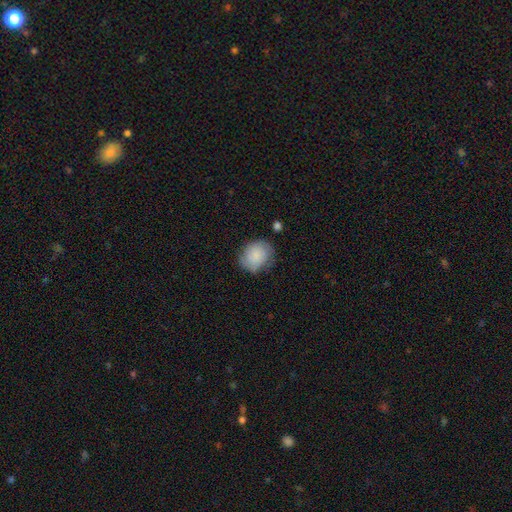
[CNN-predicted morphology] Q: Smooth or featured?
A: smooth (82%); runner-up: featured or disk (11%)
Q: How rounded?
A: round (61%); runner-up: in between (38%)
Q: Merging?
A: none (69%); runner-up: minor disturbance (23%)